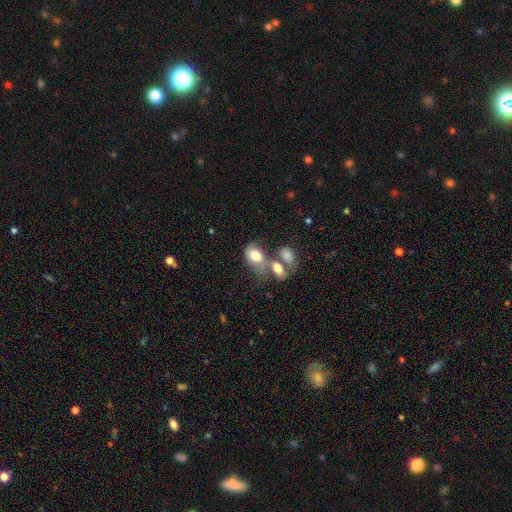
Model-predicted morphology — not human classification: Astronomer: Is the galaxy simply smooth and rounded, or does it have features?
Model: smooth — 69%.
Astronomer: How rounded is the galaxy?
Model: in between — 77%.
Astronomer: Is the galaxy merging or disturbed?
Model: merger — 50%.